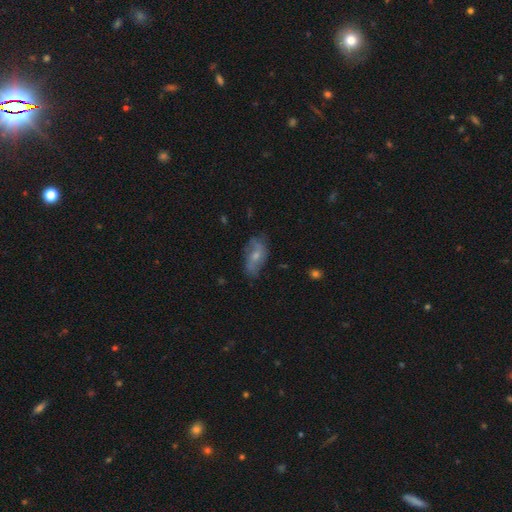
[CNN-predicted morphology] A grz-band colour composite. It shows a featured or disk galaxy (49%). Merging: none (66%).